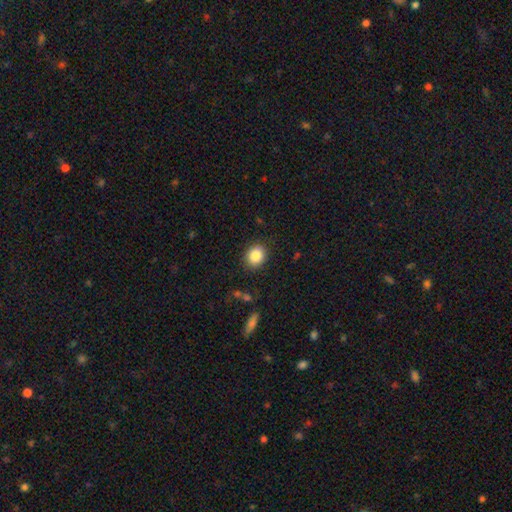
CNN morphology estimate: smooth 84%, star or artifact 9%, featured or disk 6%. Down the decision tree: how rounded — round (69%); merging — none (88%).